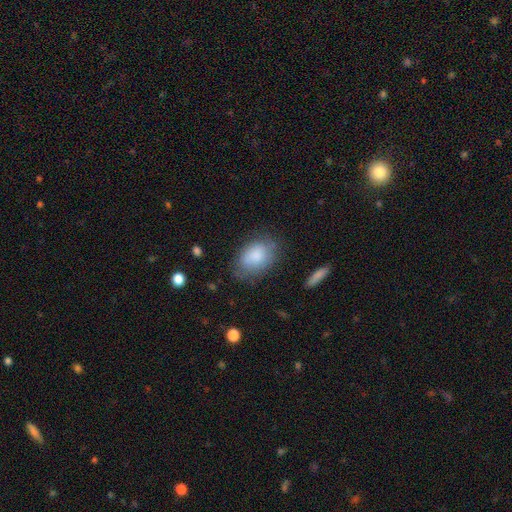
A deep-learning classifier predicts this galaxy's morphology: Q: Smooth or featured?
A: smooth (82%); runner-up: featured or disk (12%)
Q: How rounded?
A: in between (83%); runner-up: round (16%)
Q: Merging?
A: none (68%); runner-up: minor disturbance (22%)